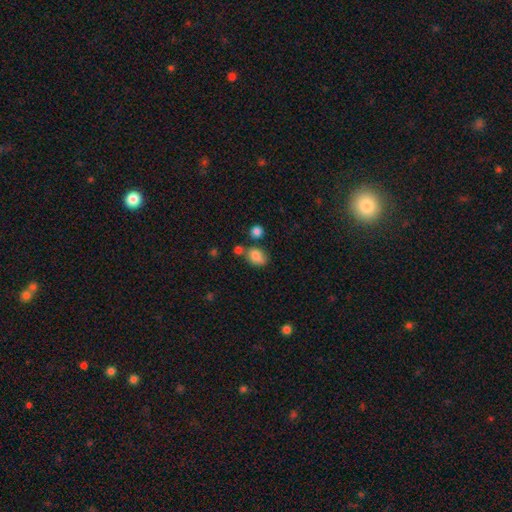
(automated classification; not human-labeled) This is clearly a smooth galaxy (83%). How rounded: likely in between (75%). Merging: possibly none (59%).